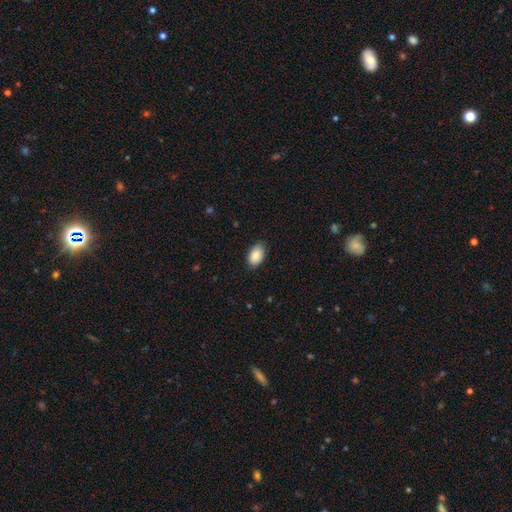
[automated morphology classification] The model was most divided on "merging": none: 81%, minor disturbance: 16%, major disturbance: 2%, merger: 1%. More confident: how rounded — in between (92%); smooth or featured — smooth (86%).